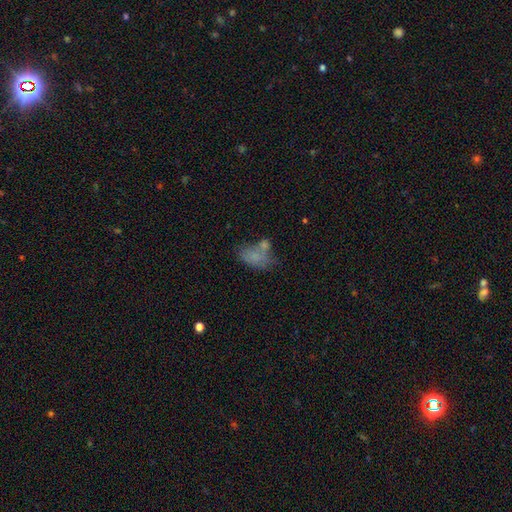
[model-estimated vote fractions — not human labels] A smooth galaxy with no disk features (69%) that is in between round and cigar-shaped (87%). Merging: none (34%, tied with merger).